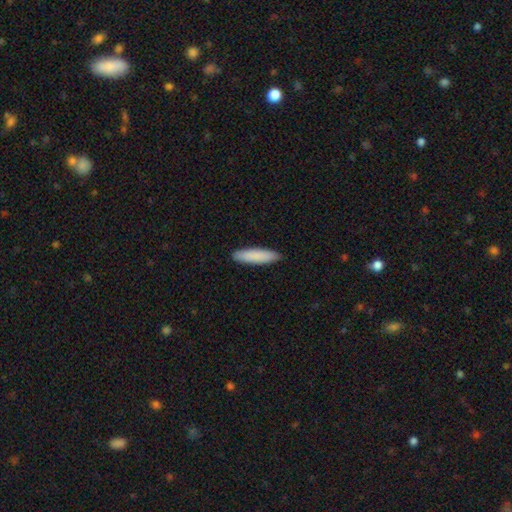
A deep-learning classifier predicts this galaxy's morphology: type=smooth (87%); roundness=cigar-shaped (77%); merging=none (91%).